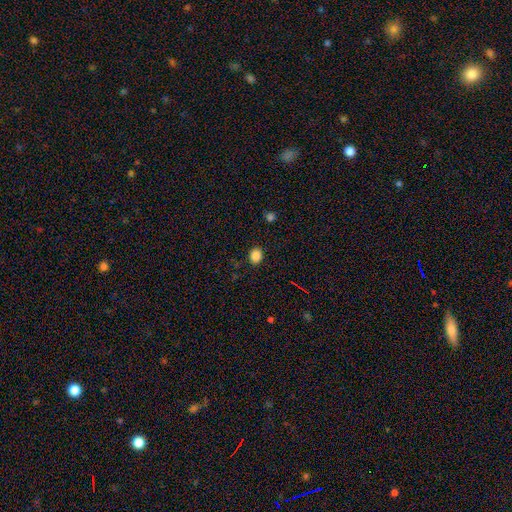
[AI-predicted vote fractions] This is clearly a smooth galaxy (85%). How rounded: likely round (68%). Merging: clearly none (90%).